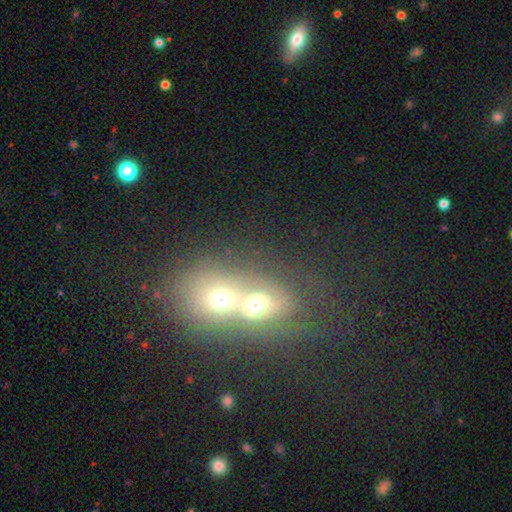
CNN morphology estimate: Q: Smooth or featured?
A: smooth (51%); runner-up: featured or disk (31%)
Q: How rounded?
A: round (49%); runner-up: in between (48%)
Q: Merging?
A: merger (79%); runner-up: none (14%)